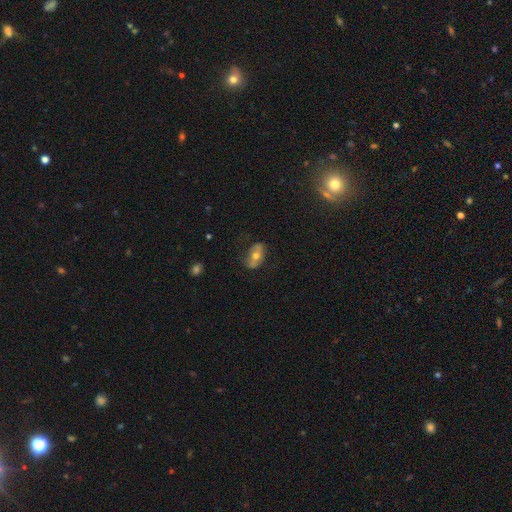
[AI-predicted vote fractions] This appears to be a smooth galaxy with no disk features (47%). Merging: none (72%).